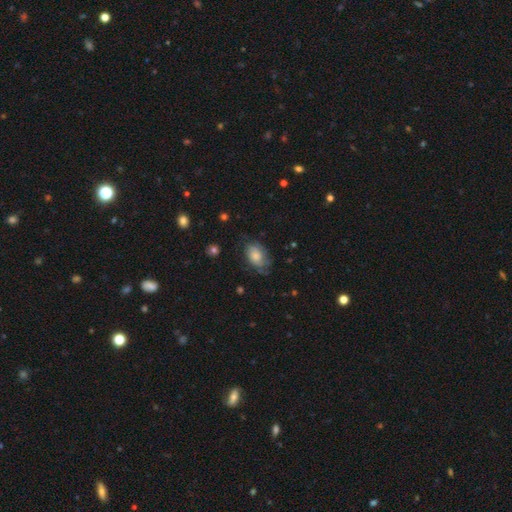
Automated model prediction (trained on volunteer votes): This appears to be a smooth galaxy with no disk features (59%) that is in between round and cigar-shaped (85%). Merging: none (59%).